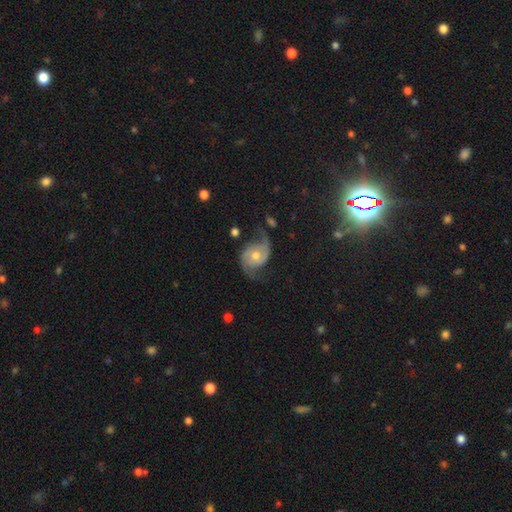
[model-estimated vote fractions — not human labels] Q: Smooth or featured?
A: featured or disk (86%); runner-up: smooth (8%)
Q: Edge-on disk?
A: no (98%); runner-up: yes (2%)
Q: Bar?
A: no (72%); runner-up: weak (23%)
Q: Spiral arms?
A: yes (97%); runner-up: no (3%)
Q: Spiral winding?
A: medium (43%); runner-up: loose (41%)
Q: Spiral arm count?
A: 2 (92%); runner-up: can't tell (3%)
Q: Bulge size?
A: moderate (61%); runner-up: small (33%)
Q: Merging?
A: none (70%); runner-up: minor disturbance (18%)